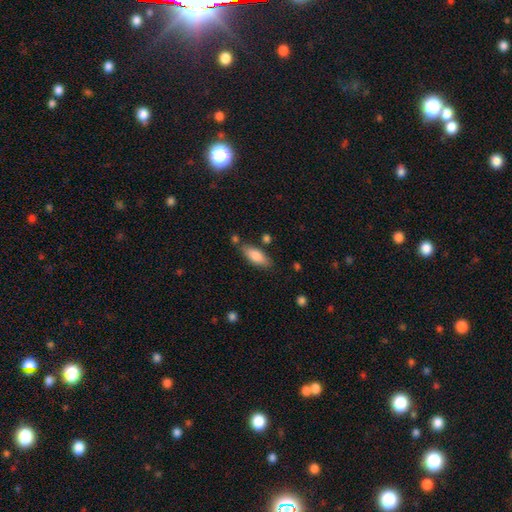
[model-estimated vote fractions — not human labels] This is clearly a smooth galaxy (83%). How rounded: likely in between (74%). Merging: likely none (75%).